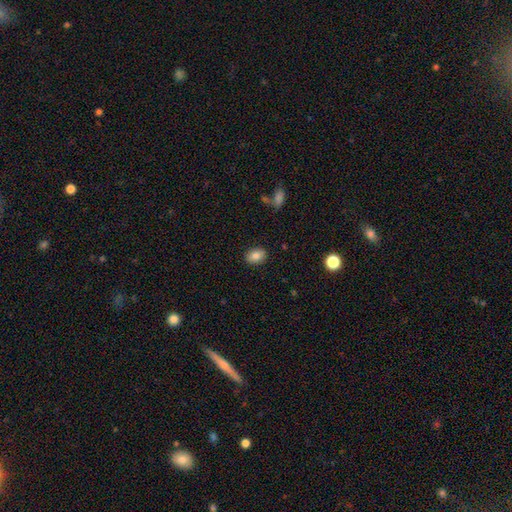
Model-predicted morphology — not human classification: A smooth galaxy with no disk features (83%) that is in between round and cigar-shaped (76%).

Vote fractions:
- Smooth or featured? smooth: 83% / star or artifact: 8% / featured or disk: 8%
- How rounded? in between: 76% / round: 23% / cigar-shaped: 1%
- Merging? none: 87% / minor disturbance: 9% / major disturbance: 2% / merger: 1%